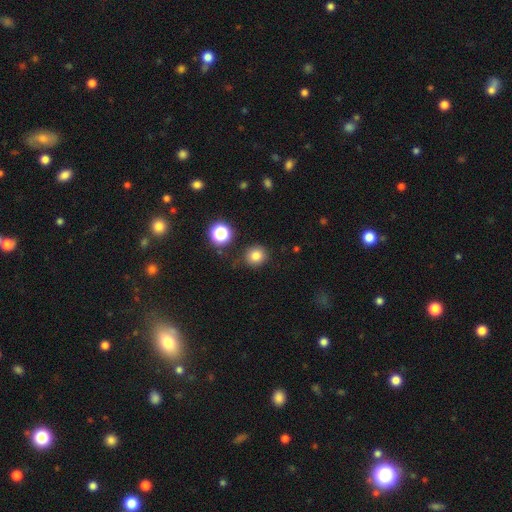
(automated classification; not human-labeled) Smooth or featured?
  - smooth: 80% *
  - star or artifact: 14%
  - featured or disk: 6%
How rounded?
  - round: 88% *
  - in between: 11%
  - cigar-shaped: 1%
Merging?
  - none: 83% *
  - minor disturbance: 11%
  - major disturbance: 3%
  - merger: 3%